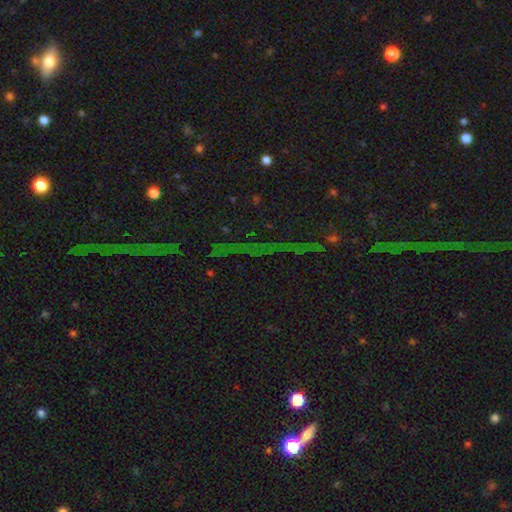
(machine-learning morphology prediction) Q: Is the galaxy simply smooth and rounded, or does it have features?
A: star or artifact — 76%.